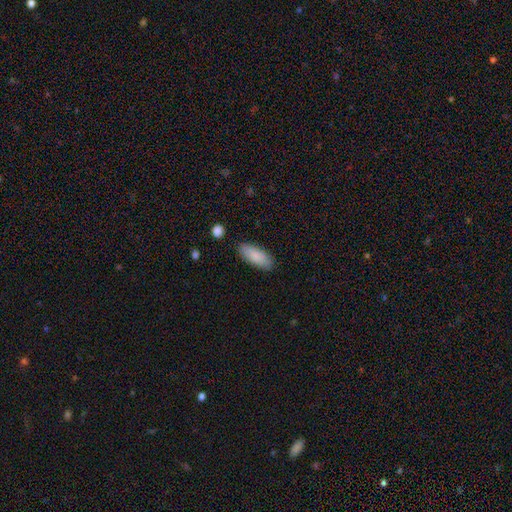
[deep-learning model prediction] Smooth or featured? Predicted: smooth (p=0.86). How rounded? Predicted: in between (p=0.81). Merging? Predicted: none (p=0.85).